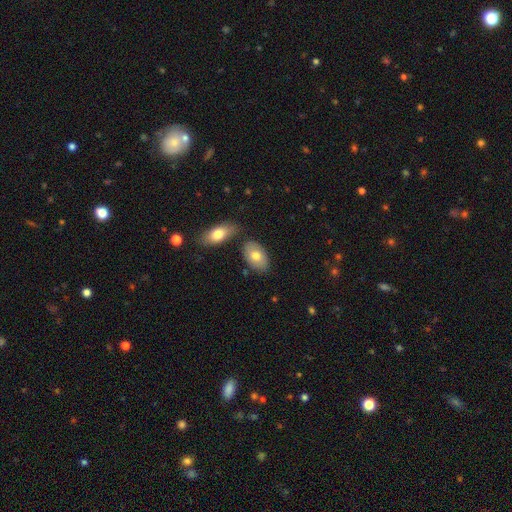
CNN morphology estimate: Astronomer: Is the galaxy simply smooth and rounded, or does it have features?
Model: smooth — 74%.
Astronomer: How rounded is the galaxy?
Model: in between — 93%.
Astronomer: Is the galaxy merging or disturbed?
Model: none — 72%.